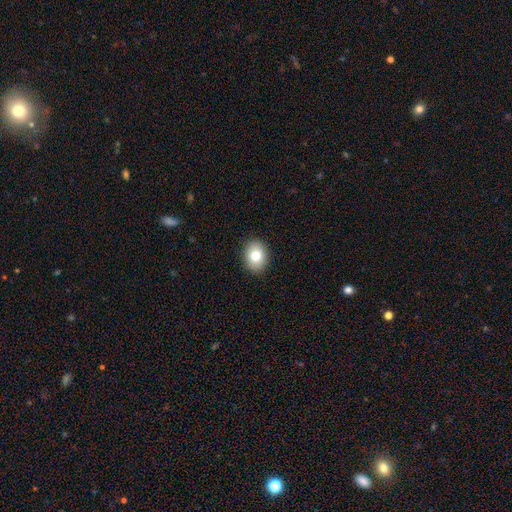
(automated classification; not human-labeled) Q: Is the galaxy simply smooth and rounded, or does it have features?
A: smooth — 79%.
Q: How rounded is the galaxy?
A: in between — 56%.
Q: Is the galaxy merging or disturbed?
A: none — 90%.